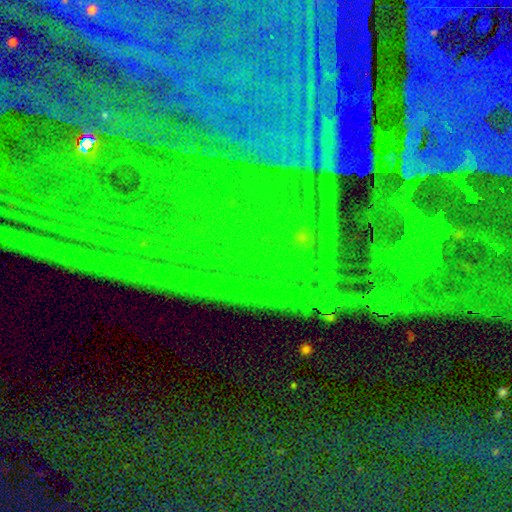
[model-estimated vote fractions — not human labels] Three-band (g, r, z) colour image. It shows a star or artifact, not a galaxy (88%).